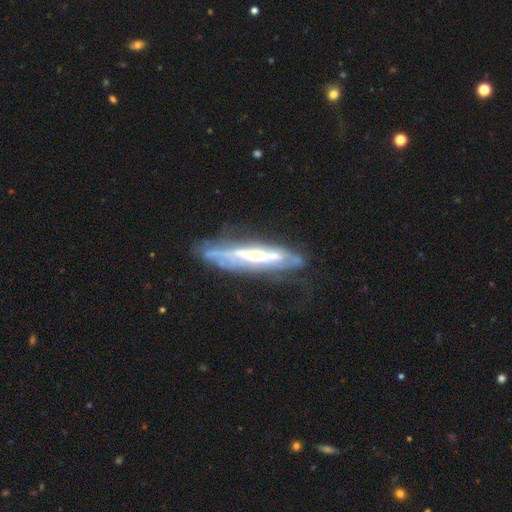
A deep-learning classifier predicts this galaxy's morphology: Smooth or featured? Predicted: featured or disk (p=0.77). Edge-on disk? Predicted: yes (p=0.56). Merging? Predicted: none (p=0.57).